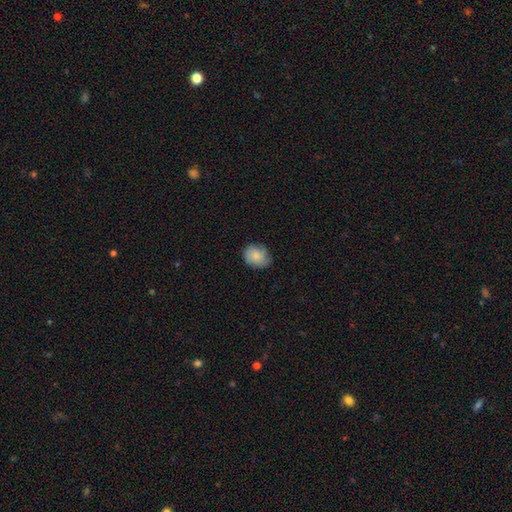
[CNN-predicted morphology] This appears to be a smooth galaxy with no disk features (76%) that is round (63%). Merging: none (65%).